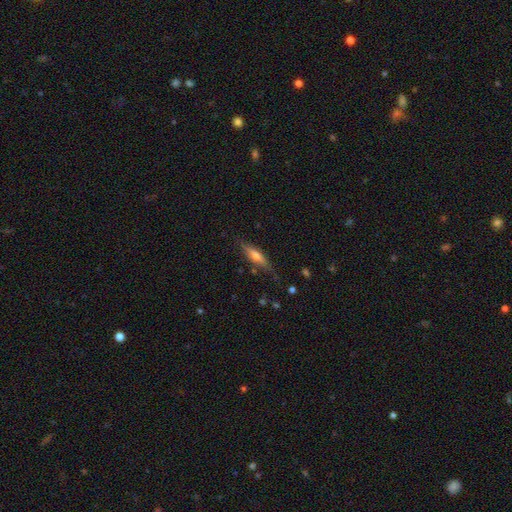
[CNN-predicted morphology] A smooth galaxy with no disk features (48%).

Vote fractions:
- Smooth or featured? smooth: 48% / featured or disk: 45% / star or artifact: 7%
- Merging? none: 76% / minor disturbance: 18% / major disturbance: 4% / merger: 2%